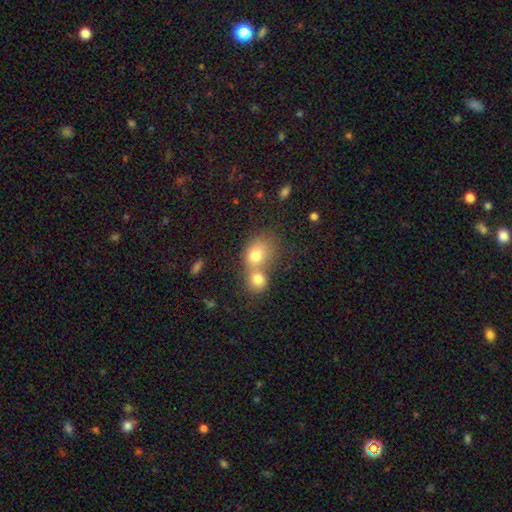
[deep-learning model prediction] Smooth or featured? Predicted: smooth (p=0.76). How rounded? Predicted: round (p=0.51). Merging? Predicted: merger (p=0.65).